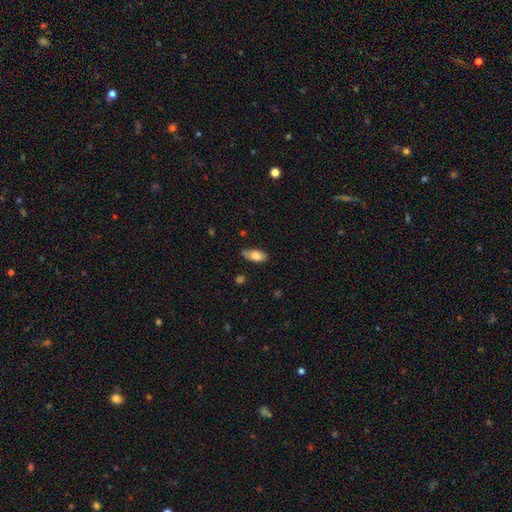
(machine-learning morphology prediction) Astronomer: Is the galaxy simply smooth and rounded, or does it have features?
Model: smooth — 78%.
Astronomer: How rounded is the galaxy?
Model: in between — 88%.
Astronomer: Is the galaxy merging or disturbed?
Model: none — 66%.